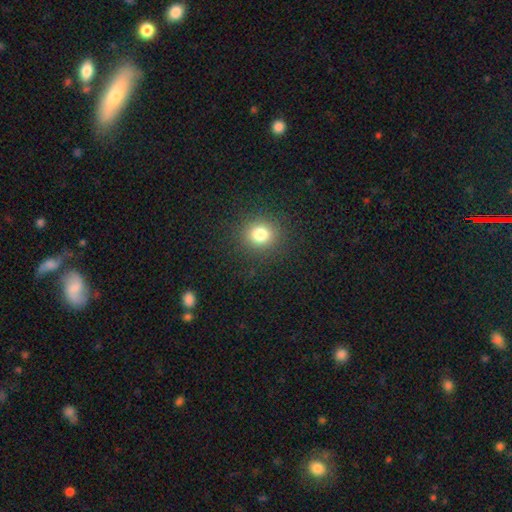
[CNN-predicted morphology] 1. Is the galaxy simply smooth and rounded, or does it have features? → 70% smooth, 23% star or artifact, 7% featured or disk.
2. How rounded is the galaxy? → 87% round, 11% in between, 1% cigar-shaped.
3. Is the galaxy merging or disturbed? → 92% none, 5% minor disturbance, 2% major disturbance, 1% merger.